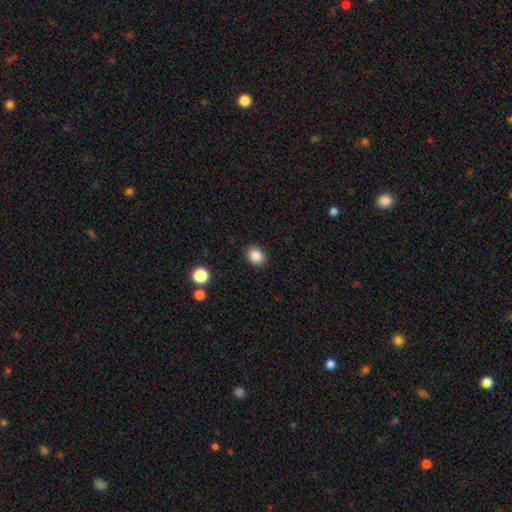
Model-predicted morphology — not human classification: Smooth or featured?
  - smooth: 87% *
  - star or artifact: 9%
  - featured or disk: 4%
How rounded?
  - in between: 52% *
  - round: 47%
  - cigar-shaped: 1%
Merging?
  - none: 89% *
  - minor disturbance: 8%
  - major disturbance: 2%
  - merger: 1%